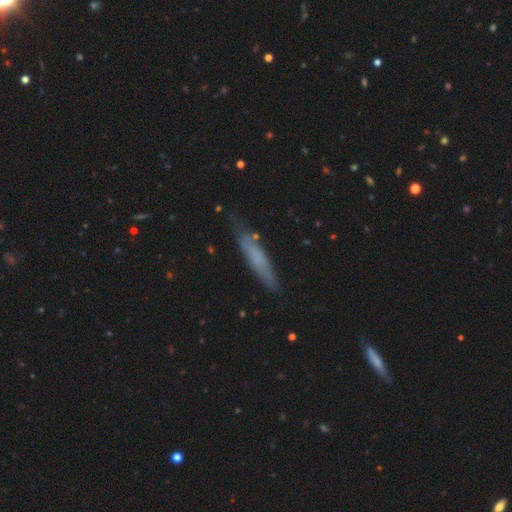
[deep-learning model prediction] smooth_or_featured: smooth (p=0.56) [alt: featured or disk p=0.34]
how_rounded: cigar-shaped (p=0.86) [alt: in between p=0.13]
merging: none (p=0.71) [alt: minor disturbance p=0.21]